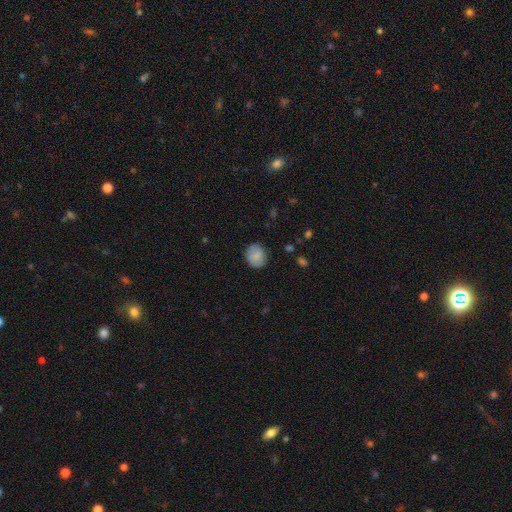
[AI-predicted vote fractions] The model was most divided on "how rounded": round: 74%, in between: 26%, cigar-shaped: 1%. More confident: smooth or featured — smooth (84%); merging — none (84%).